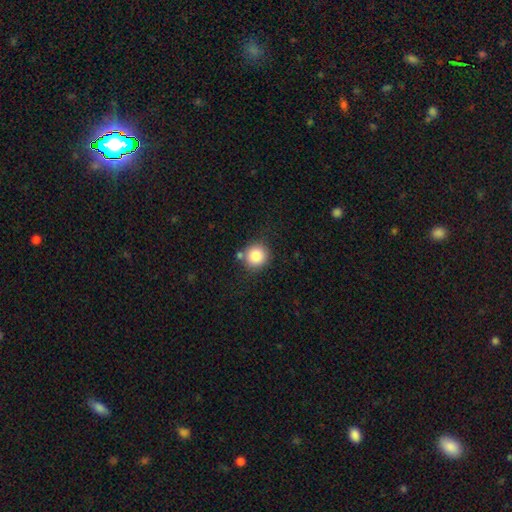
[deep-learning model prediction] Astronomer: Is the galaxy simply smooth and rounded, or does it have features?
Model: smooth — 83%.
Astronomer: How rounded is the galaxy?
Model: round — 91%.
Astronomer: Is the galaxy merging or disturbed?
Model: none — 75%.